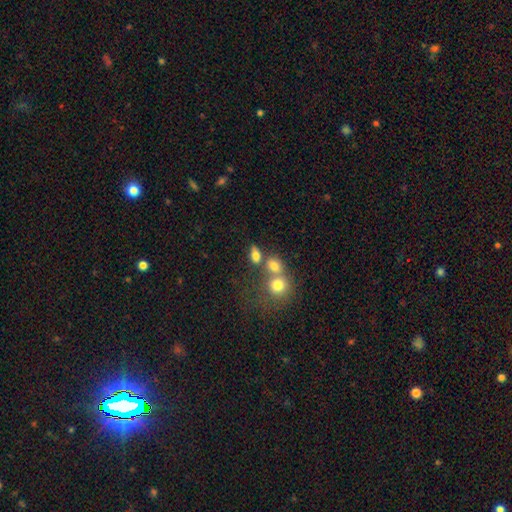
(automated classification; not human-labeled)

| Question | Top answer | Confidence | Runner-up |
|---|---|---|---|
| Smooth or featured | smooth | 76% | star or artifact (13%) |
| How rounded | in between | 71% | round (25%) |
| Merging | none | 51% | merger (31%) |